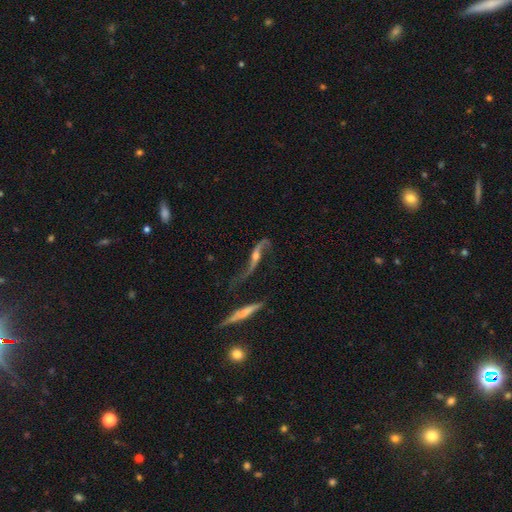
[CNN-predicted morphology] smooth_or_featured: featured or disk (p=0.84) [alt: smooth p=0.09]
disk_edge_on: no (p=0.75) [alt: yes p=0.25]
bar: no (p=0.46) [alt: weak p=0.33]
has_spiral_arms: yes (p=0.93) [alt: no p=0.07]
spiral_winding: loose (p=0.90) [alt: medium p=0.07]
spiral_arm_count: 2 (p=0.90) [alt: 1 p=0.05]
bulge_size: moderate (p=0.45) [alt: small p=0.38]
merging: none (p=0.52) [alt: major disturbance p=0.20]